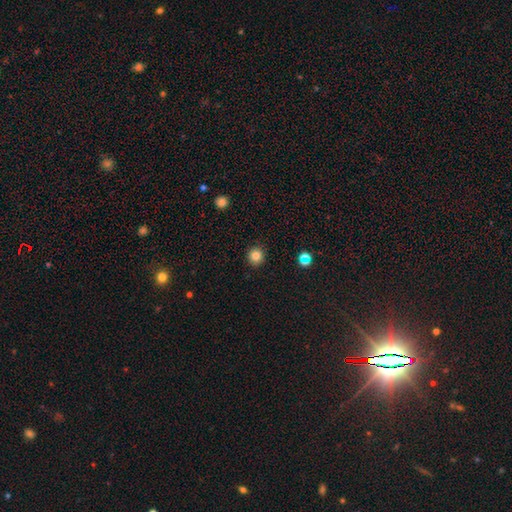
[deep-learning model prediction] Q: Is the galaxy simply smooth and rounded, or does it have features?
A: smooth — 81%.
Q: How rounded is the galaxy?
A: round — 92%.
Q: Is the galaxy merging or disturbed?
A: none — 92%.